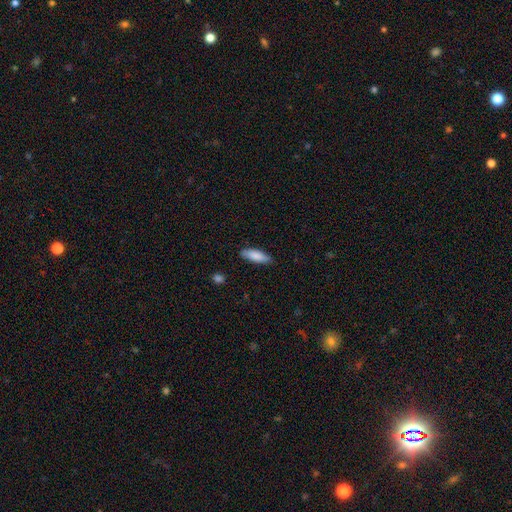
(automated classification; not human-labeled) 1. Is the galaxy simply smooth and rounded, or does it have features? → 85% smooth, 9% featured or disk, 6% star or artifact.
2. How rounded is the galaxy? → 59% in between, 39% cigar-shaped, 2% round.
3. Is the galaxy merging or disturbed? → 81% none, 15% minor disturbance, 3% major disturbance, 1% merger.